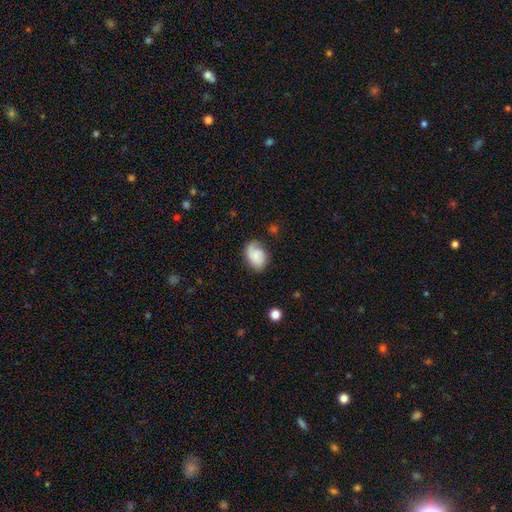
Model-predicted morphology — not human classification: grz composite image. It shows a smooth galaxy with no disk features (74%) that is in between round and cigar-shaped (83%). Merging: none (67%).